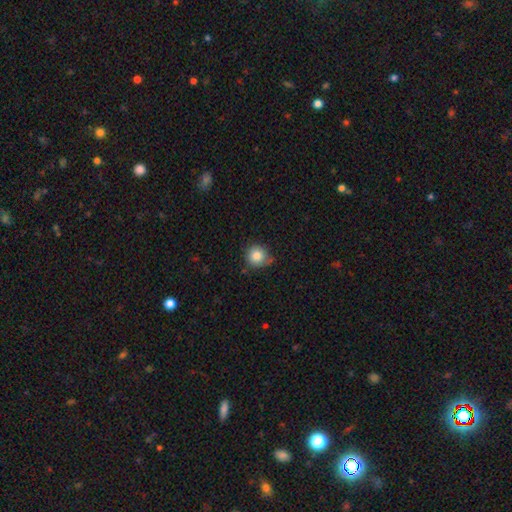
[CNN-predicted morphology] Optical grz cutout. It shows a smooth galaxy with no disk features (83%) that is round (90%). Merging: none (68%).